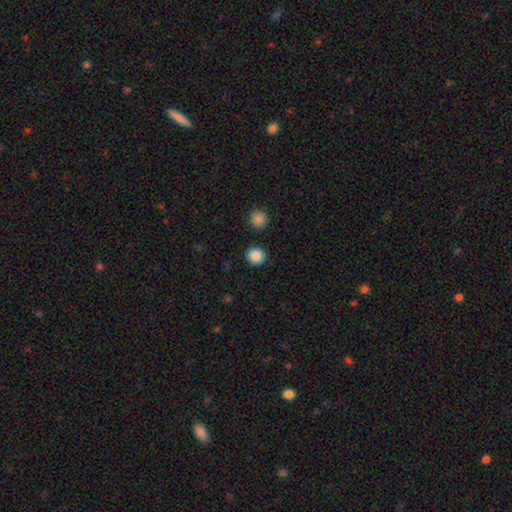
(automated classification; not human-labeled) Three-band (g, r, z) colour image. It shows a smooth galaxy with no disk features (87%) that is round (92%). Merging: none (90%).